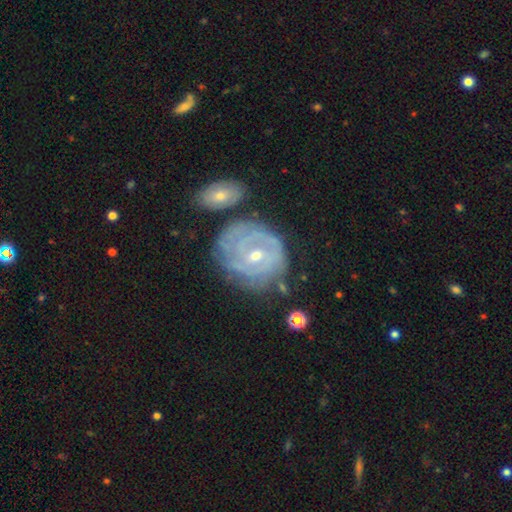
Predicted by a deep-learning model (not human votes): featured or disk 81%, smooth 12%, star or artifact 6%. Down the decision tree: edge-on disk — no (97%); bar — no (46%); spiral arms — yes (88%); spiral arm count — can't tell (47%); spiral winding — tight (75%); bulge size — small (49%); merging — none (62%).